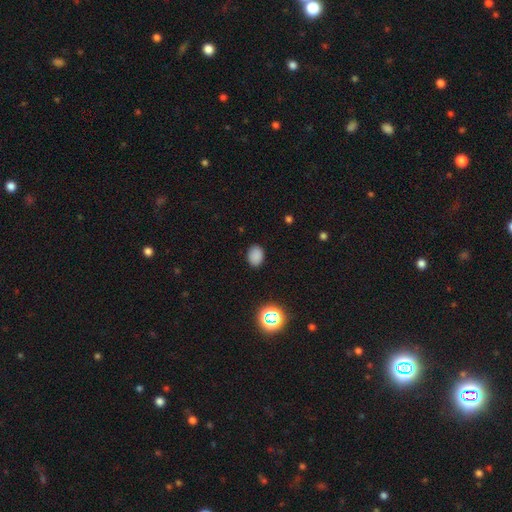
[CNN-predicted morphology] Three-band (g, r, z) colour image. It shows a smooth galaxy with no disk features (82%) that is in between round and cigar-shaped (72%). Merging: none (86%).